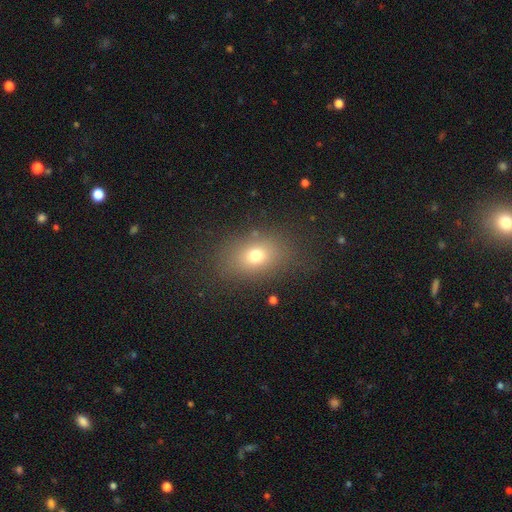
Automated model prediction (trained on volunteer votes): Overall: smooth (72%). How rounded: in between (73%). Merging: none (79%).